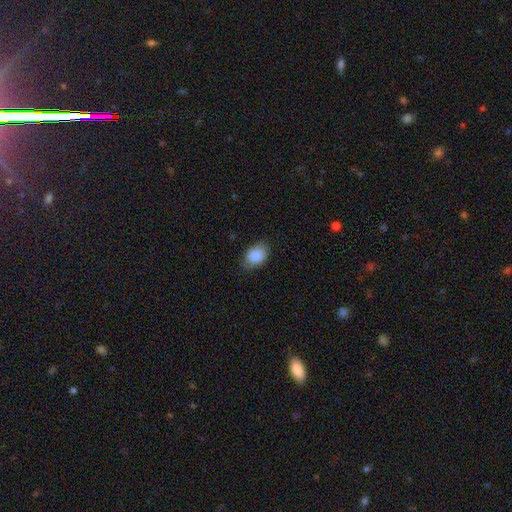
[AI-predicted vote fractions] smooth-or-featured: smooth: 89% | star or artifact: 7% | featured or disk: 4%
  how-rounded: in between: 77% | round: 22% | cigar-shaped: 1%
  merging: none: 74% | minor disturbance: 21% | major disturbance: 4% | merger: 1%